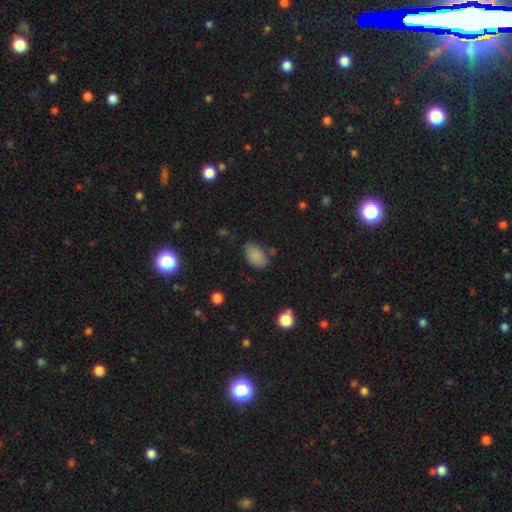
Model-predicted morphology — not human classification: The model was most divided on "merging": none: 70%, minor disturbance: 22%, major disturbance: 5%, merger: 4%. More confident: how rounded — in between (91%); smooth or featured — smooth (85%).